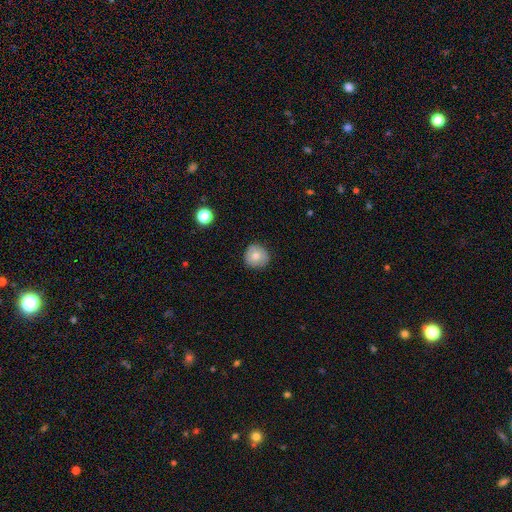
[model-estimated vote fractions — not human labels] Smooth or featured?
  - smooth: 74% *
  - featured or disk: 16%
  - star or artifact: 9%
How rounded?
  - round: 94% *
  - in between: 5%
  - cigar-shaped: 1%
Merging?
  - none: 87% *
  - minor disturbance: 10%
  - major disturbance: 2%
  - merger: 1%